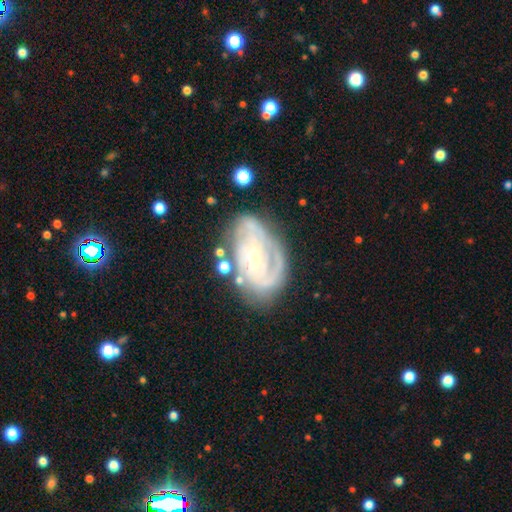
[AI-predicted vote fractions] Smooth or featured?
  - featured or disk: 80% *
  - smooth: 13%
  - star or artifact: 7%
Edge-on disk?
  - no: 96% *
  - yes: 4%
Bar?
  - no: 67% *
  - weak: 25%
  - strong: 8%
Spiral arms?
  - yes: 91% *
  - no: 9%
Spiral winding?
  - tight: 64% *
  - medium: 28%
  - loose: 8%
Spiral arm count?
  - 2: 35% *
  - can't tell: 32%
  - 3: 16%
  - 1: 8%
  - 4: 5%
  - more than 4: 4%
Bulge size?
  - small: 76% *
  - moderate: 16%
  - none: 5%
  - large: 2%
  - dominant: 1%
Merging?
  - none: 67% *
  - minor disturbance: 21%
  - major disturbance: 9%
  - merger: 4%